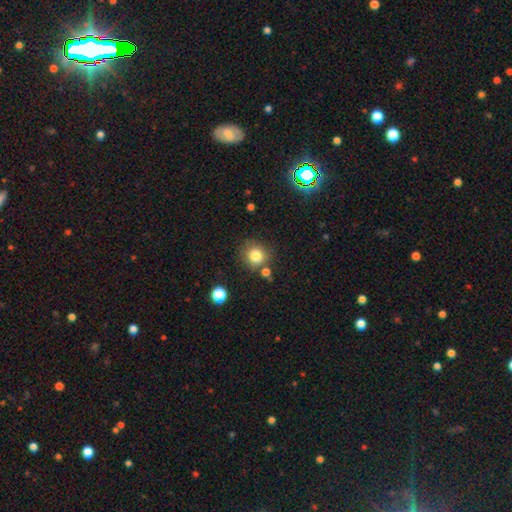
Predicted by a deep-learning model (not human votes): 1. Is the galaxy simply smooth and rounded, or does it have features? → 81% smooth, 12% star or artifact, 7% featured or disk.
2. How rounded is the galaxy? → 87% round, 12% in between, 1% cigar-shaped.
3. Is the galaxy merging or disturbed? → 74% none, 12% minor disturbance, 10% merger, 4% major disturbance.